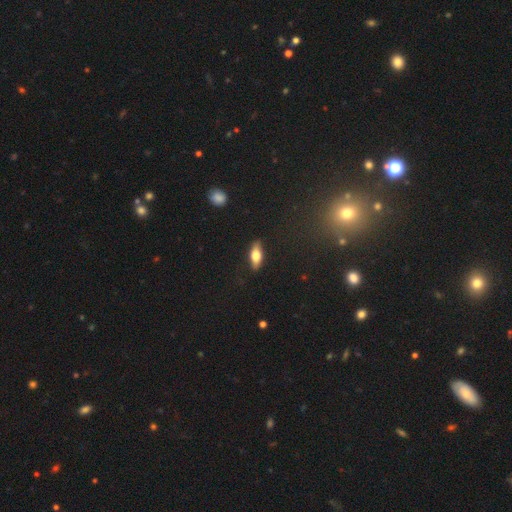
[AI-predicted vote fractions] The model was most divided on "smooth or featured": smooth: 64%, featured or disk: 30%, star or artifact: 6%. More confident: merging — none (86%); how rounded — in between (68%).